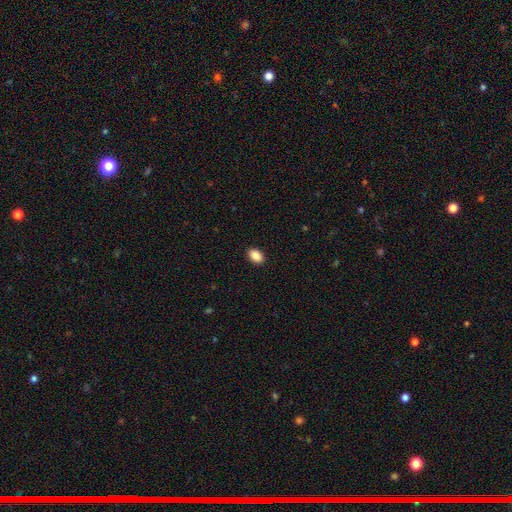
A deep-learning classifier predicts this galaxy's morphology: Smooth or featured?
  - smooth: 90% *
  - star or artifact: 8%
  - featured or disk: 3%
How rounded?
  - in between: 85% *
  - round: 14%
  - cigar-shaped: 1%
Merging?
  - none: 91% *
  - minor disturbance: 7%
  - major disturbance: 2%
  - merger: 1%